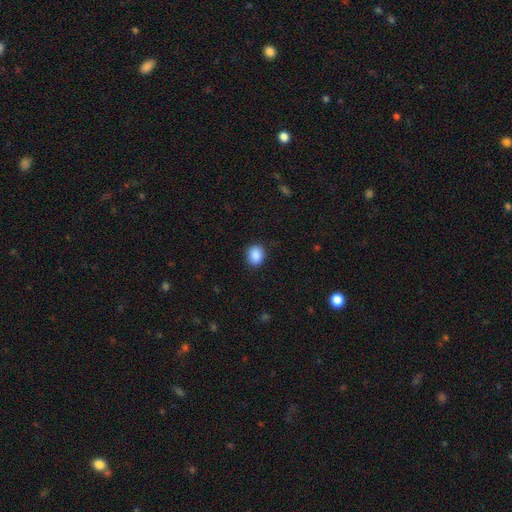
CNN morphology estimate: Smooth or featured: smooth — 89% (star or artifact — 8%)
How rounded: round — 59% (in between — 40%)
Merging: none — 88% (minor disturbance — 9%)